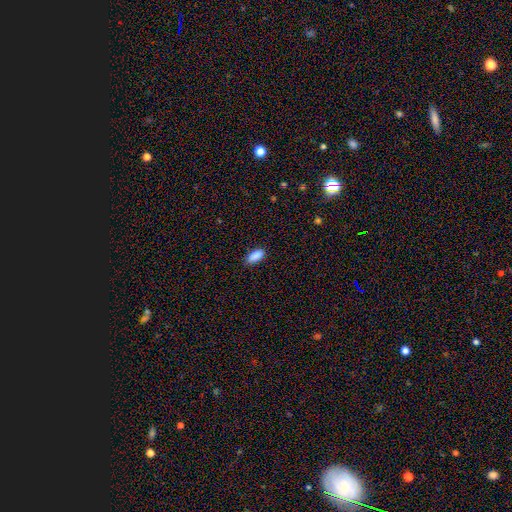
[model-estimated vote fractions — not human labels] A smooth galaxy with no disk features (89%) that is in between round and cigar-shaped (89%). Merging: none (84%).